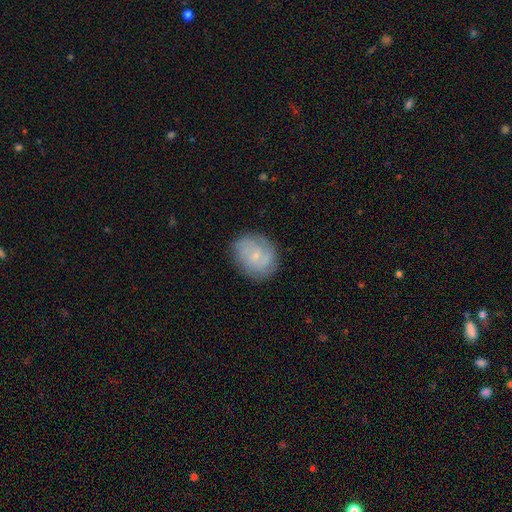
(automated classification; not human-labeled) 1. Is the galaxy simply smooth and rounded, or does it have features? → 46% smooth, 45% featured or disk, 9% star or artifact.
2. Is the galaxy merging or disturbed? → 79% none, 15% minor disturbance, 4% major disturbance, 1% merger.